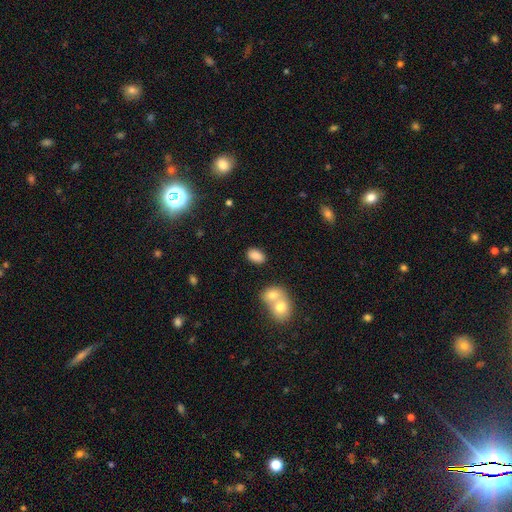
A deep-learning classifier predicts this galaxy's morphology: A smooth galaxy with no disk features (85%) that is in between round and cigar-shaped (89%).

Vote fractions:
- Smooth or featured? smooth: 85% / star or artifact: 9% / featured or disk: 6%
- How rounded? in between: 89% / round: 10% / cigar-shaped: 1%
- Merging? none: 76% / merger: 12% / minor disturbance: 10% / major disturbance: 3%